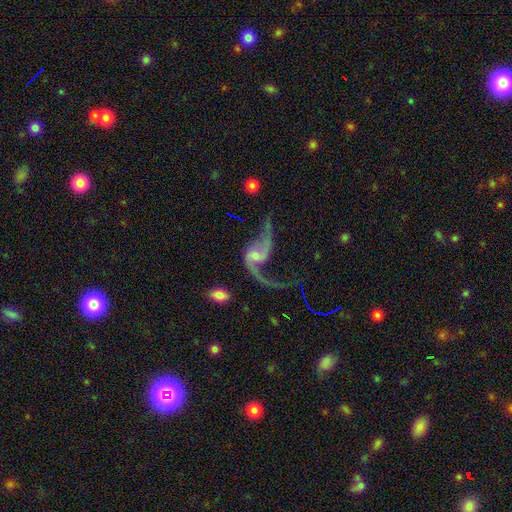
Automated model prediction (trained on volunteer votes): Morphology: type=featured or disk (86%); edge-on=no (96%); bar=no (57%); spiral arms=yes (93%); winding=loose (90%); arm count=2 (87%); bulge=small (54%); merging=none (40%).